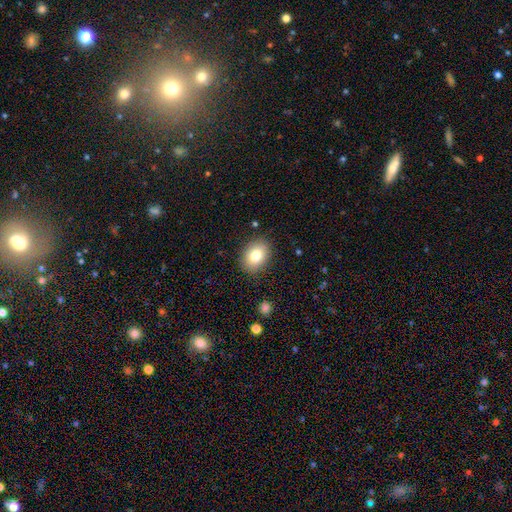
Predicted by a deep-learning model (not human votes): The model was most divided on "how rounded": in between: 72%, round: 27%, cigar-shaped: 1%. More confident: merging — none (87%); smooth or featured — smooth (80%).